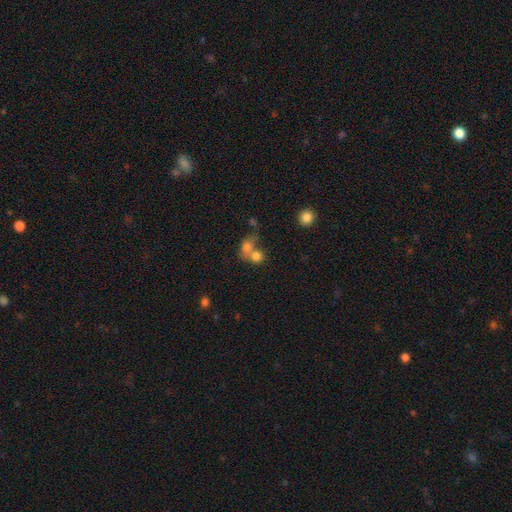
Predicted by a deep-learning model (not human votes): The model was most divided on "merging": merger: 61%, none: 27%, minor disturbance: 7%, major disturbance: 5%. More confident: smooth or featured — smooth (76%); how rounded — round (68%).